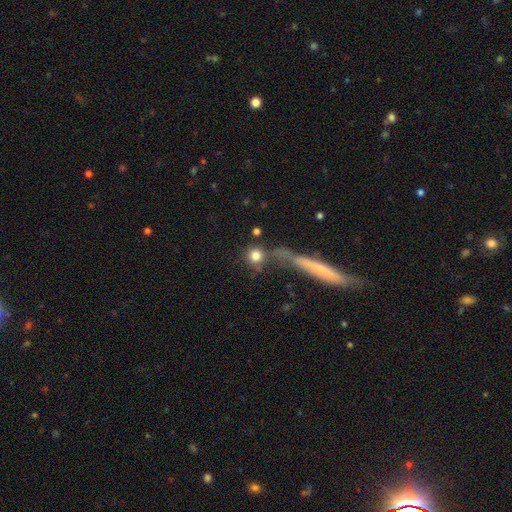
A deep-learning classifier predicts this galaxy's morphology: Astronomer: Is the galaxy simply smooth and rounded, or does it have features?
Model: smooth — 79%.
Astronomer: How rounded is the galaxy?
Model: round — 87%.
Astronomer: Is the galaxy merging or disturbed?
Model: none — 64%.